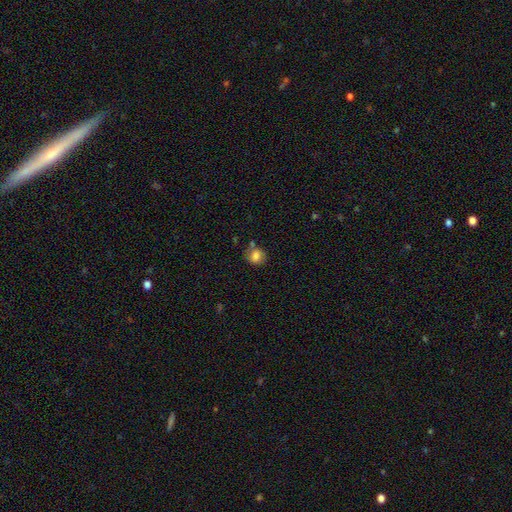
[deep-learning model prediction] Overall: smooth (79%). How rounded: round (76%). Merging: none (67%).